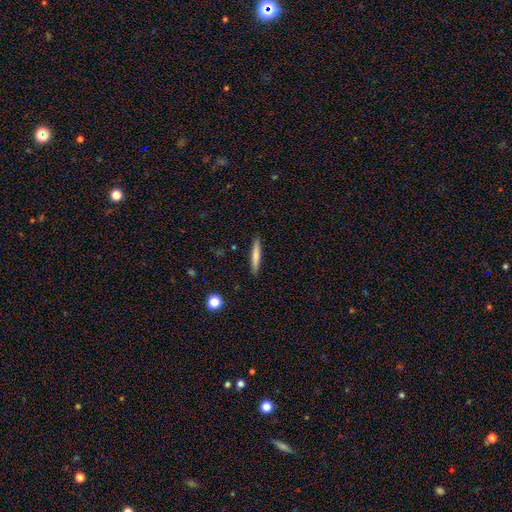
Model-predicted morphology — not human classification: This appears to be a smooth galaxy with no disk features (74%) that is cigar-shaped (94%). Merging: none (90%).